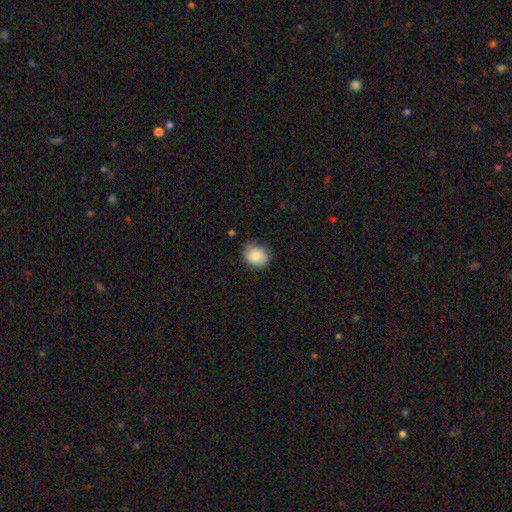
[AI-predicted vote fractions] Smooth or featured? smooth (81%)
How rounded? round (56%)
Merging? none (76%)